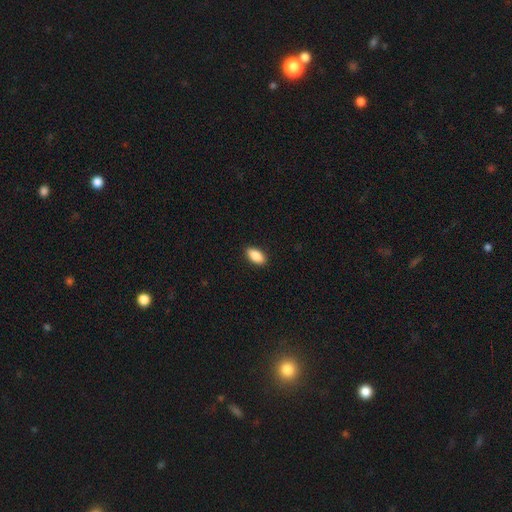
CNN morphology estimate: type=smooth (89%); roundness=in between (92%); merging=none (90%).